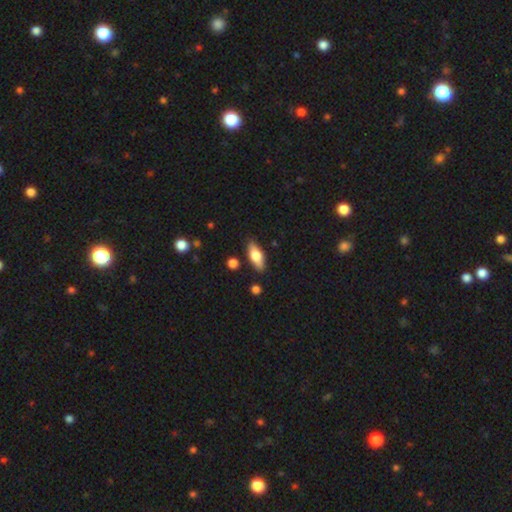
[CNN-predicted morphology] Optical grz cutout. It shows a smooth galaxy with no disk features (65%) that is in between round and cigar-shaped (71%). Merging: none (85%).